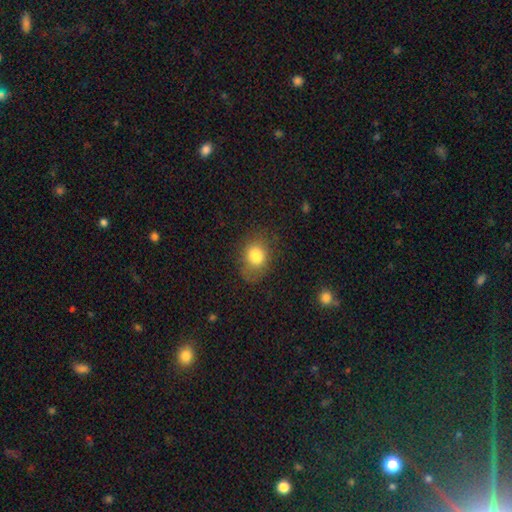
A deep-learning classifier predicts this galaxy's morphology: The model was most divided on "how rounded": in between: 51%, round: 48%, cigar-shaped: 1%. More confident: smooth or featured — smooth (80%); merging — none (72%).